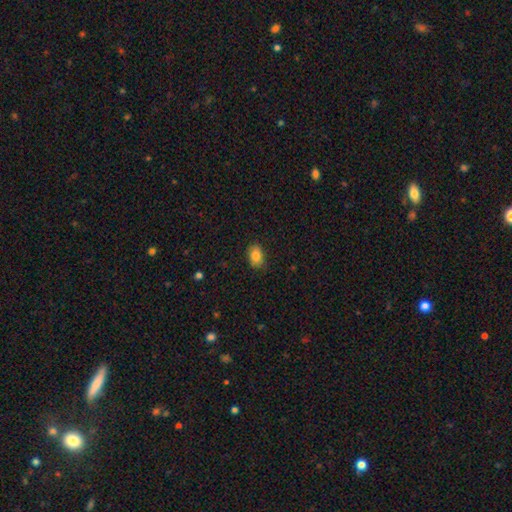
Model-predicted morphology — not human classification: Smooth or featured: smooth — 85% (star or artifact — 8%)
How rounded: in between — 84% (round — 15%)
Merging: none — 83% (minor disturbance — 14%)